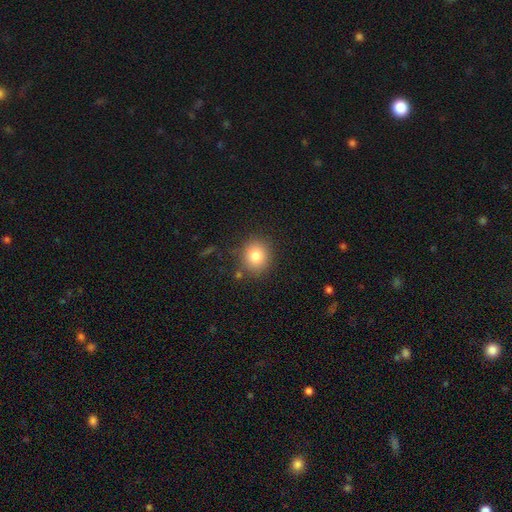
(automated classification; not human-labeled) Smooth or featured?
  - smooth: 81% *
  - star or artifact: 11%
  - featured or disk: 8%
How rounded?
  - round: 80% *
  - in between: 19%
  - cigar-shaped: 1%
Merging?
  - none: 85% *
  - minor disturbance: 10%
  - major disturbance: 3%
  - merger: 3%